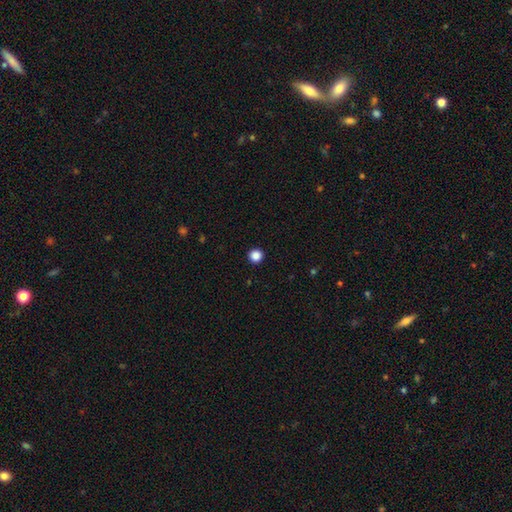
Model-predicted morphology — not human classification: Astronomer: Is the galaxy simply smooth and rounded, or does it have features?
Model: smooth — 87%.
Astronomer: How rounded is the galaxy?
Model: round — 95%.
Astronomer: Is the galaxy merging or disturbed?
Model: none — 94%.